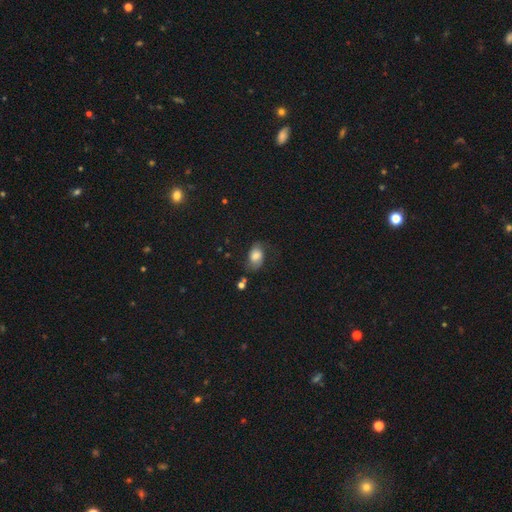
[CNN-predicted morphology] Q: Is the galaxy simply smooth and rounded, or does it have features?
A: smooth — 55%.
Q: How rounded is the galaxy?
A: in between — 81%.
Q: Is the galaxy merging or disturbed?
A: none — 55%.